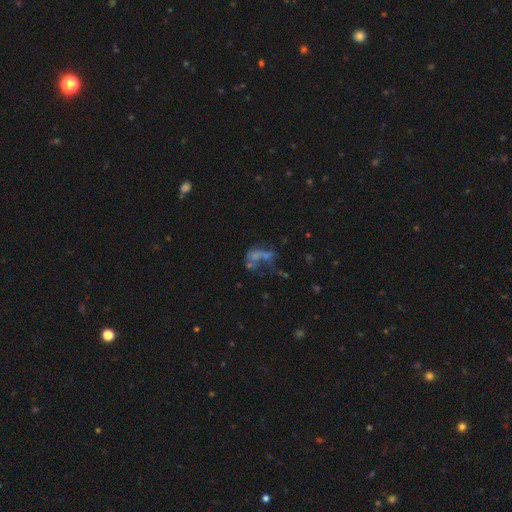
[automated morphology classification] Overall: featured or disk (42%; smooth 30%). Merging: major disturbance (31%, tied with merger).